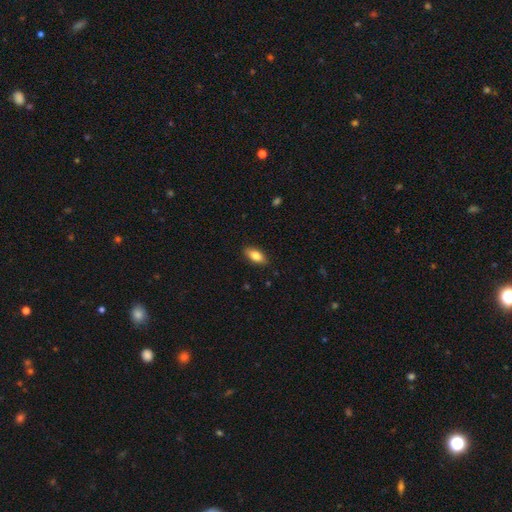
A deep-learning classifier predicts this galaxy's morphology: This is clearly a smooth galaxy (80%). How rounded: clearly in between (85%). Merging: clearly none (86%).